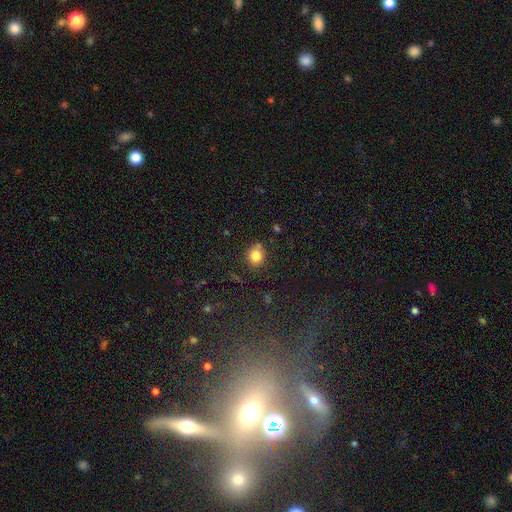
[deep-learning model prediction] Smooth or featured? smooth (82%)
How rounded? round (76%)
Merging? none (72%)